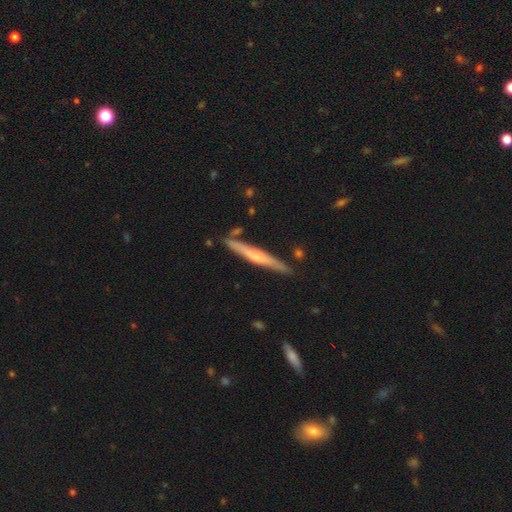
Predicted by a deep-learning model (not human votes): This appears to be a featured or disk galaxy (57%) viewed edge-on (96%) with a rounded central bulge (55%). Merging: none (84%).